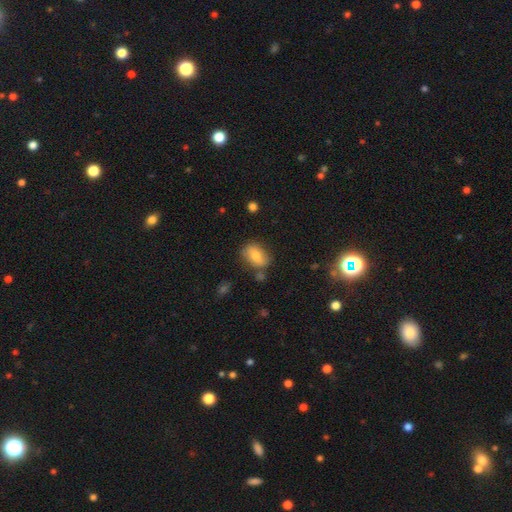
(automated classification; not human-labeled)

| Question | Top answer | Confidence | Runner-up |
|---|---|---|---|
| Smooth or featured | smooth | 72% | featured or disk (20%) |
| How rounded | in between | 79% | round (19%) |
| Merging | none | 71% | minor disturbance (18%) |